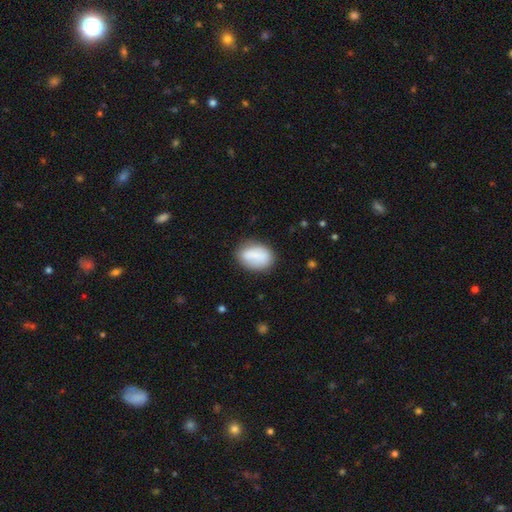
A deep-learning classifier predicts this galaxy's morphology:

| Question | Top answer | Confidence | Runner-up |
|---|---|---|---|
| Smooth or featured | smooth | 77% | featured or disk (16%) |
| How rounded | in between | 83% | round (15%) |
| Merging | none | 73% | minor disturbance (17%) |